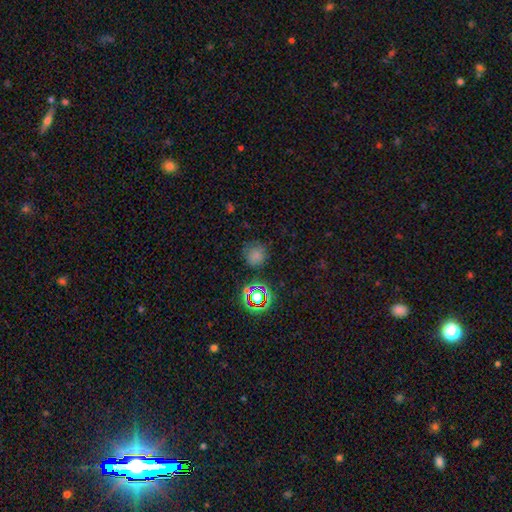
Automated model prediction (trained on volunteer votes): Overall: smooth (69%). How rounded: round (89%). Merging: none (75%).